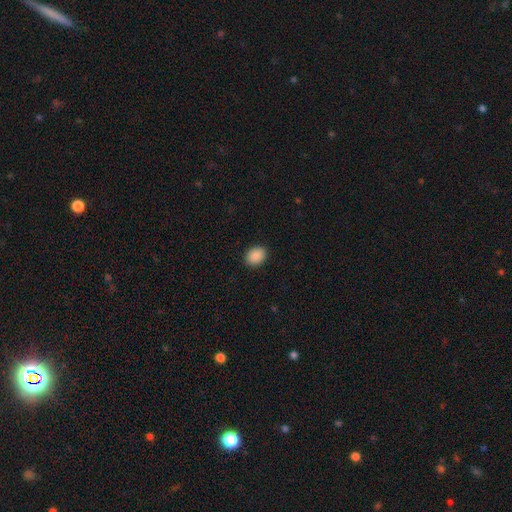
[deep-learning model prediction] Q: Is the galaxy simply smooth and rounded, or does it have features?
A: smooth — 90%.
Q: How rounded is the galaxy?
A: in between — 61%.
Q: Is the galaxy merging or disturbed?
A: none — 90%.